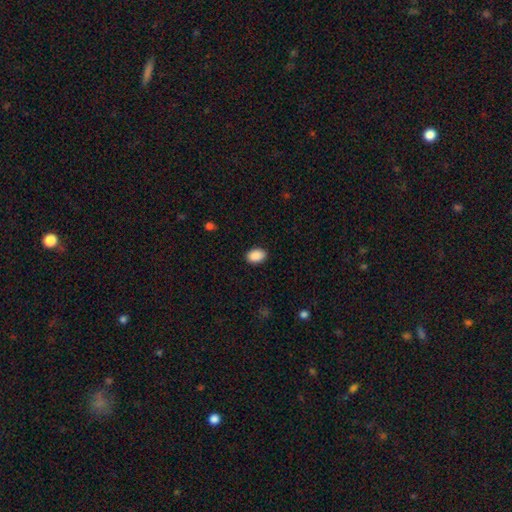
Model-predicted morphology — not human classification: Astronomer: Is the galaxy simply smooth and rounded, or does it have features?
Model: smooth — 90%.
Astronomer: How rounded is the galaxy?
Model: in between — 84%.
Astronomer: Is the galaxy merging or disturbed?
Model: none — 89%.